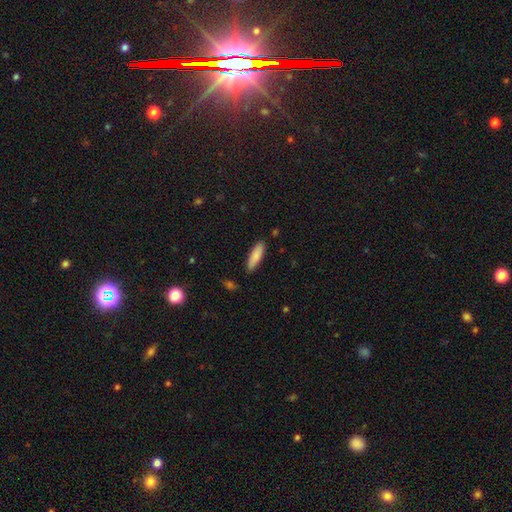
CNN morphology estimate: Smooth or featured: smooth — 85% (featured or disk — 9%)
How rounded: cigar-shaped — 58% (in between — 40%)
Merging: none — 87% (minor disturbance — 10%)